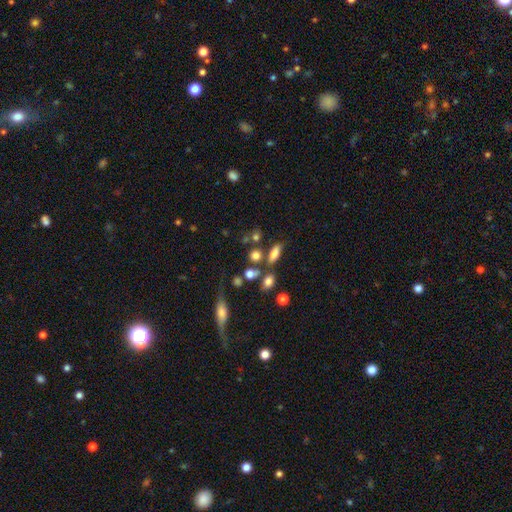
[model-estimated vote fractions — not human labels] Smooth or featured: smooth — 75% (star or artifact — 14%)
How rounded: round — 47% (in between — 46%)
Merging: none — 59% (merger — 21%)